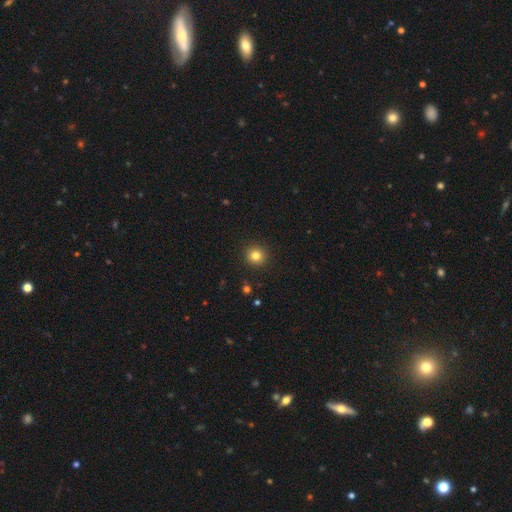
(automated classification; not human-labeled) A smooth galaxy with no disk features (82%) that is round (93%). Merging: none (92%).